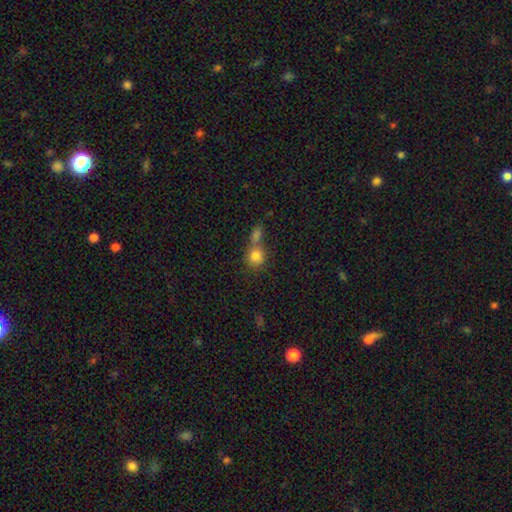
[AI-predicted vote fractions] Smooth or featured? Predicted: smooth (p=0.81). How rounded? Predicted: round (p=0.81). Merging? Predicted: merger (p=0.45).